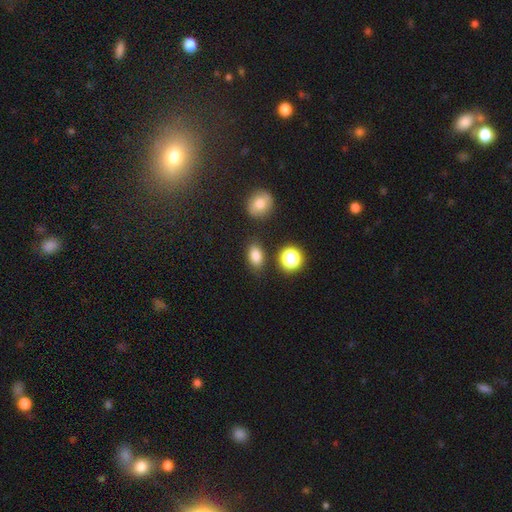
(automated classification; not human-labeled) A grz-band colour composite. It shows a smooth galaxy with no disk features (82%) that is in between round and cigar-shaped (82%). Merging: none (82%).